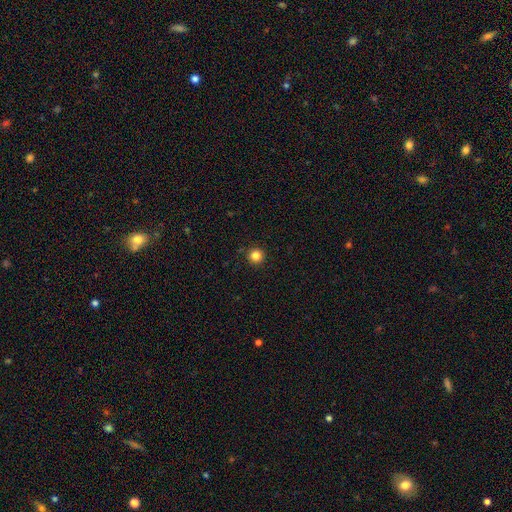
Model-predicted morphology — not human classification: Overall: smooth (83%). How rounded: round (96%). Merging: none (92%).